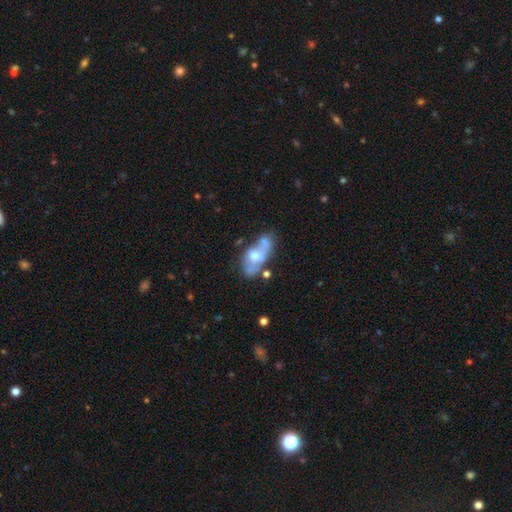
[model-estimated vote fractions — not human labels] Smooth or featured? featured or disk (52%)
Edge-on disk? no (90%)
Merging? merger (32%)